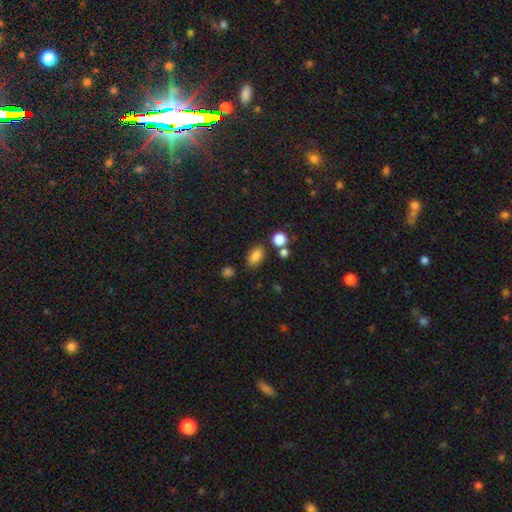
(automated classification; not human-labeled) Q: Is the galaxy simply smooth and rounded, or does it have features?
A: smooth — 83%.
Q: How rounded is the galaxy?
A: in between — 86%.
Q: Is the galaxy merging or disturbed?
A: none — 79%.